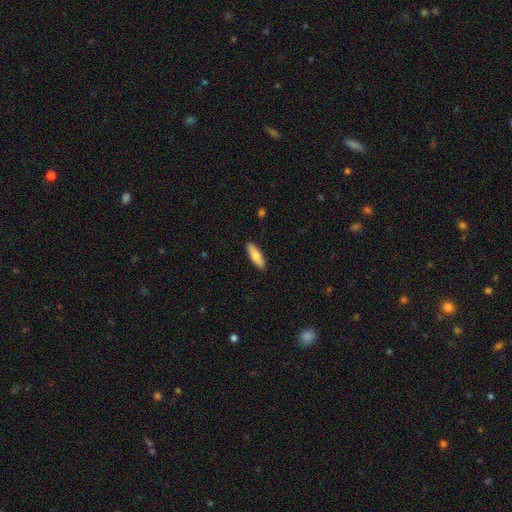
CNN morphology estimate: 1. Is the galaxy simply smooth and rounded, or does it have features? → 76% smooth, 18% featured or disk, 5% star or artifact.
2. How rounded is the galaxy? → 52% cigar-shaped, 46% in between, 2% round.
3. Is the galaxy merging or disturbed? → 90% none, 7% minor disturbance, 2% major disturbance, 1% merger.